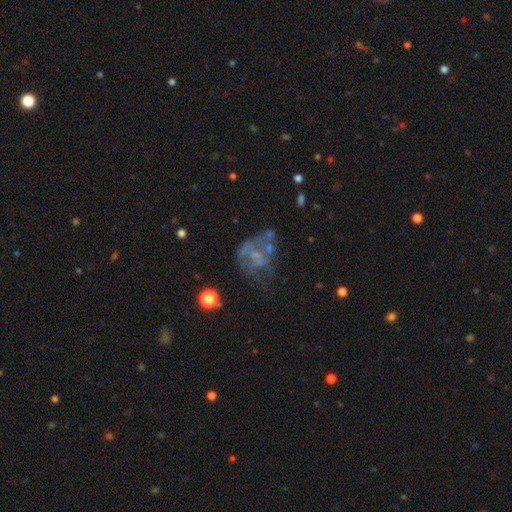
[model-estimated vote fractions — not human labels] Overall: featured or disk (56%; smooth 25%). Edge-on disk: no (98%). Bar: no (84%). Spiral arms: no (84%). Bulge size: none (62%; small 24%). Merging: major disturbance (37%; none 31%).